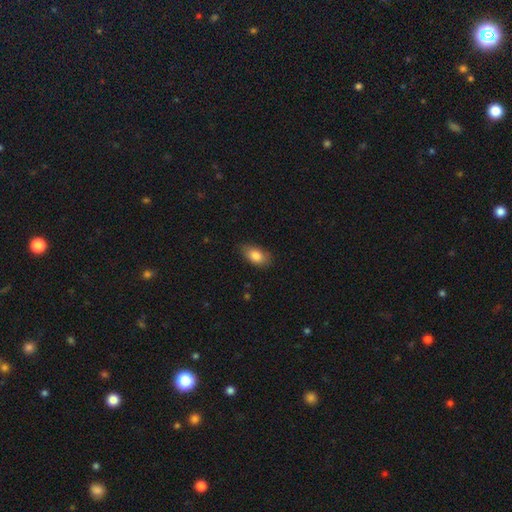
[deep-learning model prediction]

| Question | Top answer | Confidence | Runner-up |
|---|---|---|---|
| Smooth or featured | smooth | 84% | featured or disk (9%) |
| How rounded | in between | 90% | round (7%) |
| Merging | none | 79% | minor disturbance (17%) |